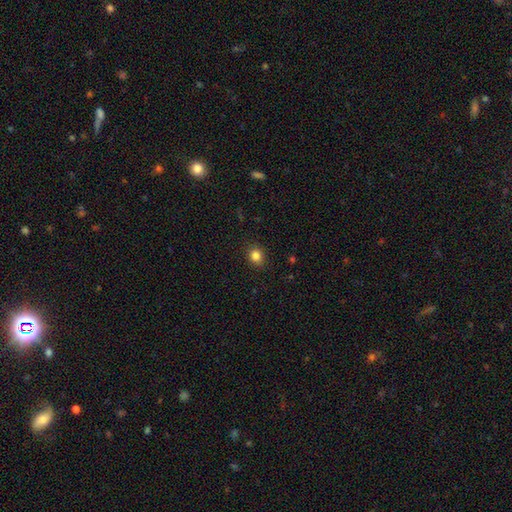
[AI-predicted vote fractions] Smooth or featured? Predicted: smooth (p=0.84). How rounded? Predicted: round (p=0.76). Merging? Predicted: none (p=0.89).